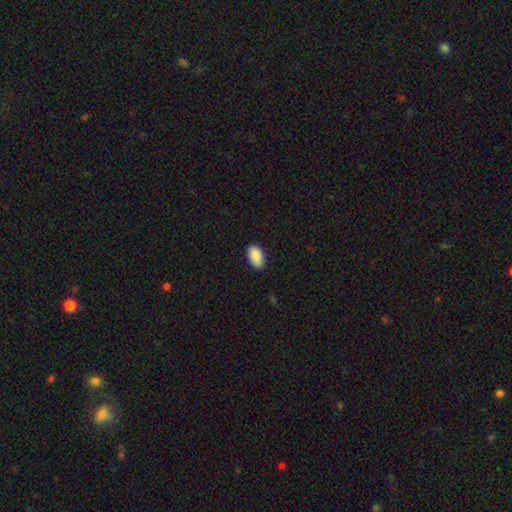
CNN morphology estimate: Overall: smooth (91%). How rounded: in between (95%). Merging: none (87%).